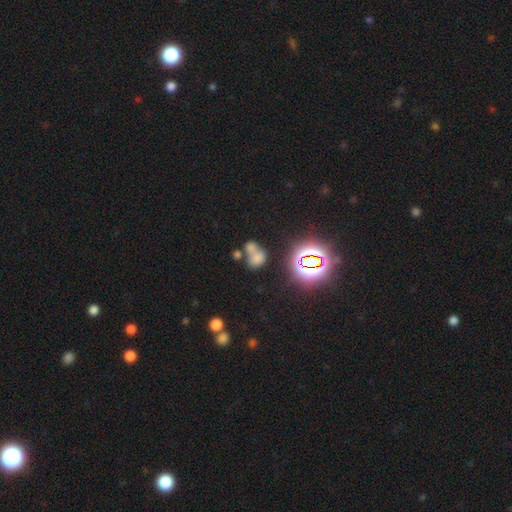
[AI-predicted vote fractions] Morphology: type=smooth (57%); roundness=in between (63%); merging=merger (59%).